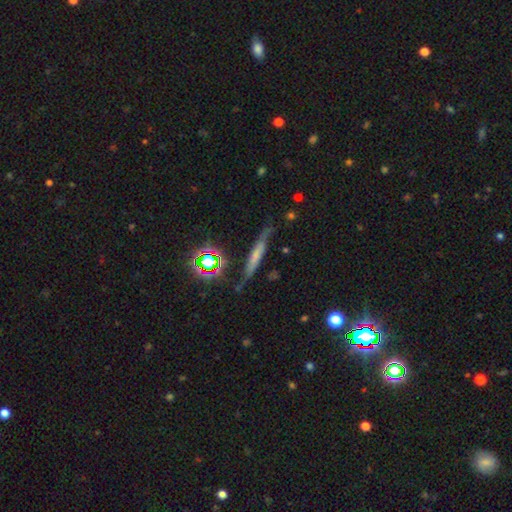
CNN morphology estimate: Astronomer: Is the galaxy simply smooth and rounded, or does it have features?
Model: smooth — 45% (runner-up: featured or disk, 41%).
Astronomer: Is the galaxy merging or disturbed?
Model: none — 66%.